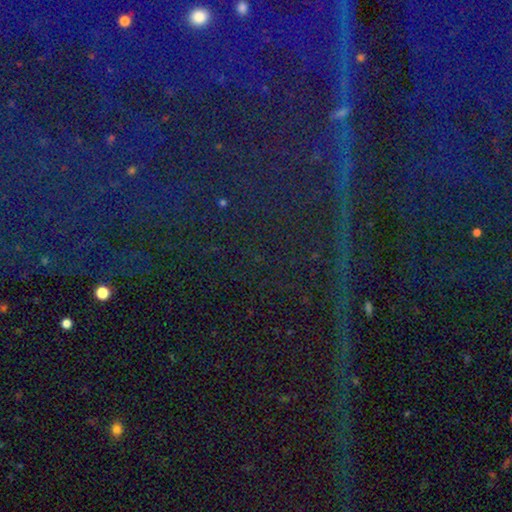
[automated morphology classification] A star or artifact, not a galaxy (84%).

Vote fractions:
- Smooth or featured? star or artifact: 84% / featured or disk: 8% / smooth: 8%